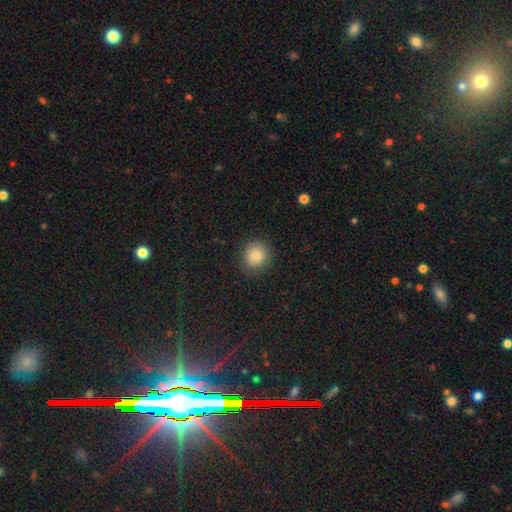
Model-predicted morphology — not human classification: A smooth galaxy with no disk features (85%) that is round (90%). Merging: none (88%).